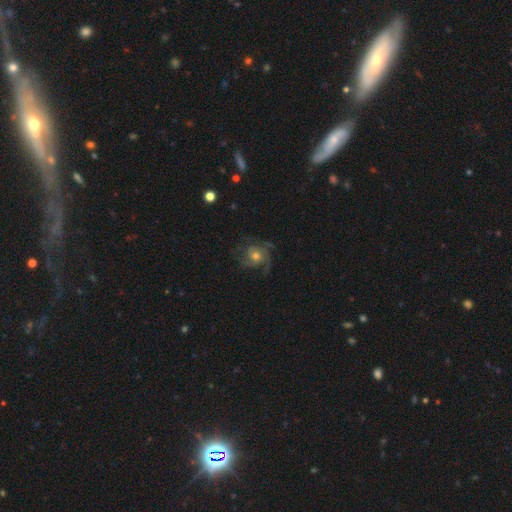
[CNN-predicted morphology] featured or disk 79%, smooth 12%, star or artifact 8%. Down the decision tree: edge-on disk — no (98%); bar — no (77%); spiral arms — yes (95%); spiral arm count — 3 (44%); spiral winding — medium (45%); bulge size — moderate (64%); merging — none (69%).